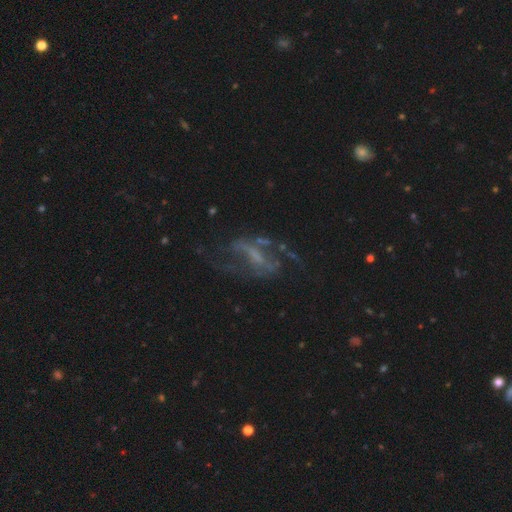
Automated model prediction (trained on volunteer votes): Smooth or featured? featured or disk (76%)
Edge-on disk? no (93%)
Bar? weak (38%)
Spiral arms? yes (71%)
Bulge size? none (43%)
Merging? none (48%)